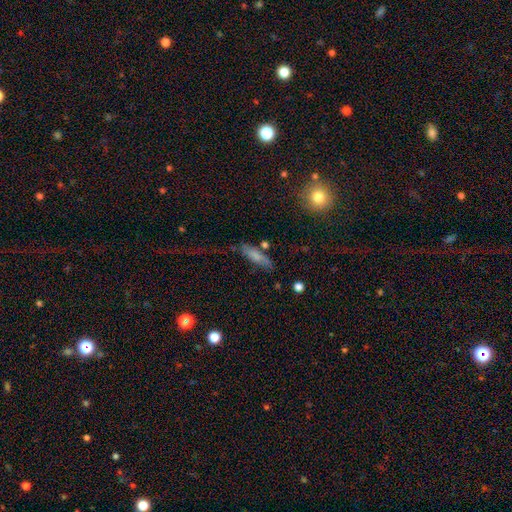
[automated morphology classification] This is likely a smooth galaxy (72%). How rounded: possibly cigar-shaped (56%). Merging: likely none (66%).